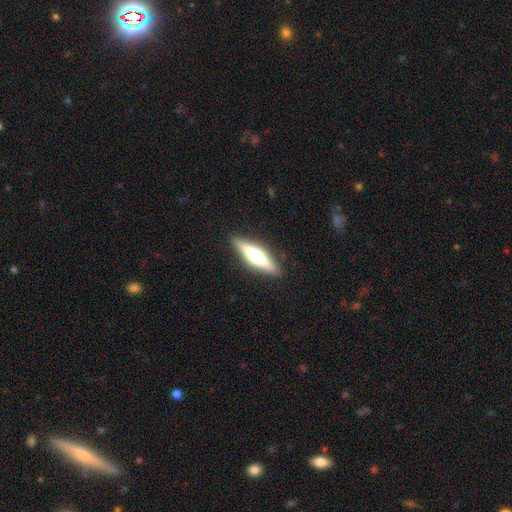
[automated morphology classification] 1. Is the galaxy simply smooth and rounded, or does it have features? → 57% featured or disk, 38% smooth, 6% star or artifact.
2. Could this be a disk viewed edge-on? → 95% yes, 5% no.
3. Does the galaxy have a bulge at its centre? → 74% rounded, 17% boxy, 9% none.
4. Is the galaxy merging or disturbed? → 88% none, 8% minor disturbance, 2% major disturbance, 1% merger.